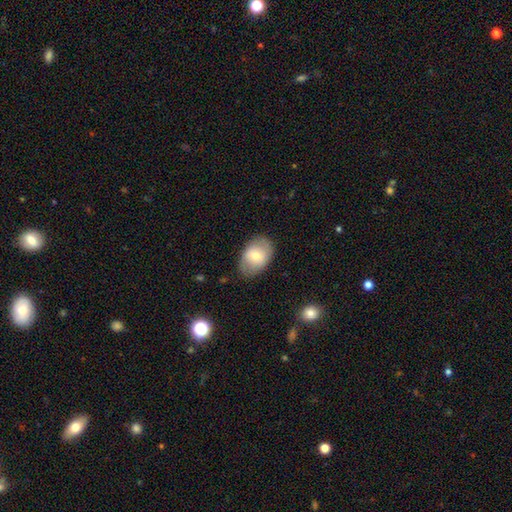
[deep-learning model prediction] Smooth or featured: smooth — 68% (featured or disk — 25%)
How rounded: in between — 83% (round — 16%)
Merging: none — 80% (minor disturbance — 15%)